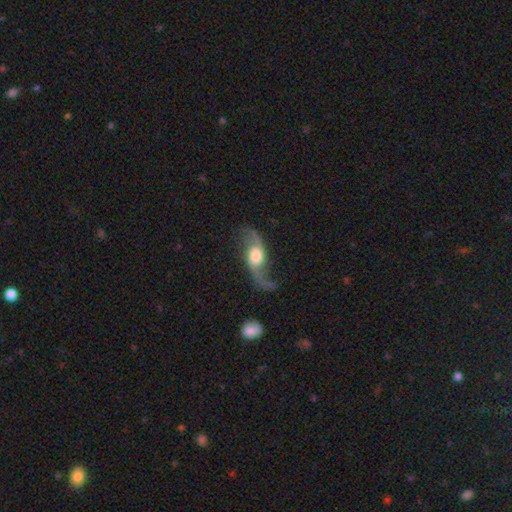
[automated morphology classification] Smooth or featured: featured or disk — 79% (smooth — 15%)
Edge-on disk: no — 90% (yes — 10%)
Bar: no — 58% (weak — 31%)
Spiral arms: yes — 94% (no — 6%)
Spiral winding: loose — 88% (medium — 9%)
Spiral arm count: 2 — 92% (1 — 3%)
Bulge size: large — 40% (moderate — 36%)
Merging: none — 59% (major disturbance — 19%)